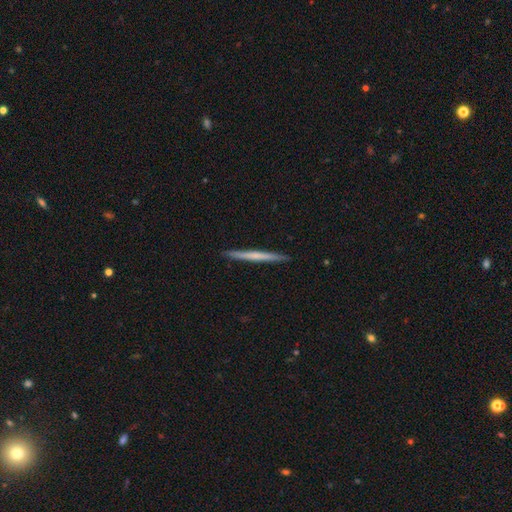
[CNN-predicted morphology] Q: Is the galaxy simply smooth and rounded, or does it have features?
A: smooth — 48%.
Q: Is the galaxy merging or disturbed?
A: none — 92%.